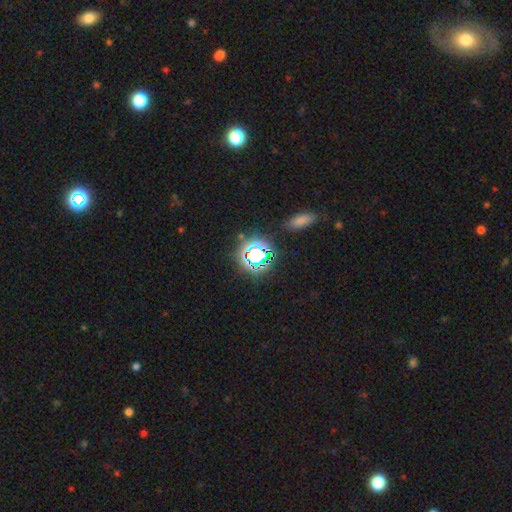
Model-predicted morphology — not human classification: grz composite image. It shows a star or artifact, not a galaxy (68%).